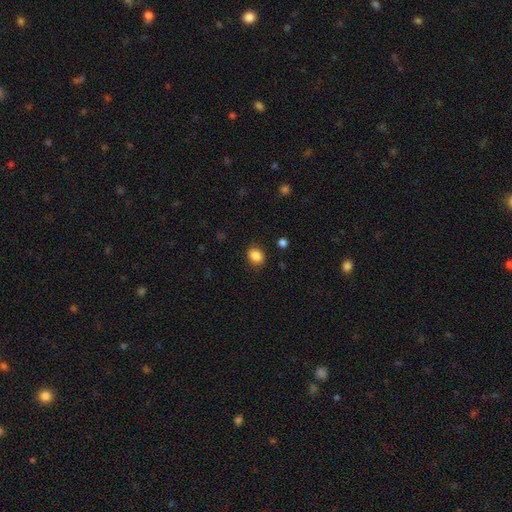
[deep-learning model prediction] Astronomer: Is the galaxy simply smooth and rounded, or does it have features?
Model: smooth — 87%.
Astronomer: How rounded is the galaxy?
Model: round — 67%.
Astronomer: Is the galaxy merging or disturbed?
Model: none — 86%.